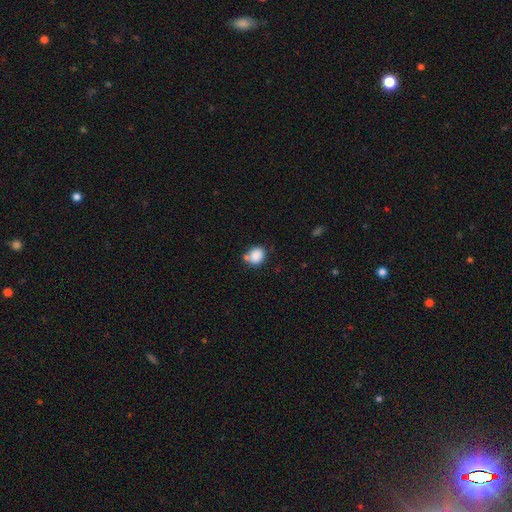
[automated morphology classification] Smooth or featured? Predicted: smooth (p=0.86). How rounded? Predicted: round (p=0.63). Merging? Predicted: none (p=0.62).